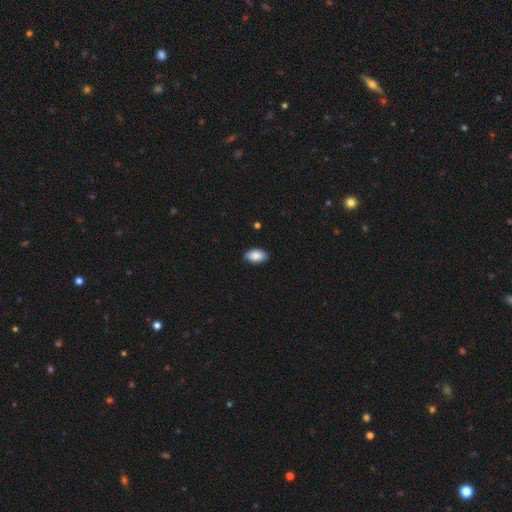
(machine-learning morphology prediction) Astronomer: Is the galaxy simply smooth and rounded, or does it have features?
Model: smooth — 89%.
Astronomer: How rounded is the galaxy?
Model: in between — 94%.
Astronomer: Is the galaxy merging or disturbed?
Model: none — 88%.